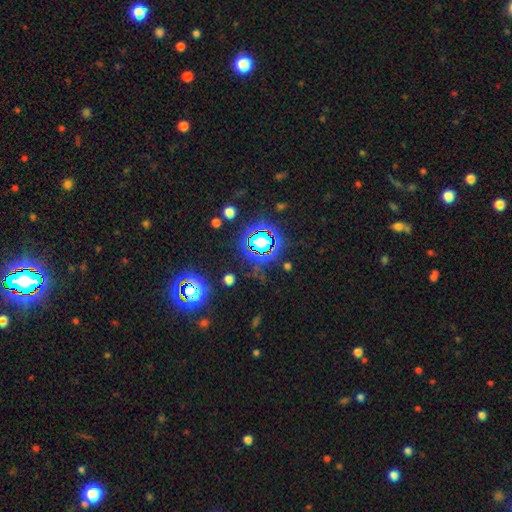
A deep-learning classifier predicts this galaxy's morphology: Smooth or featured? Predicted: star or artifact (p=0.82).